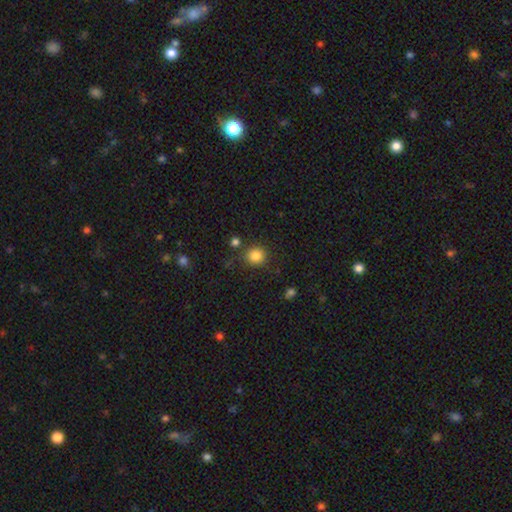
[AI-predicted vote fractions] The model was most divided on "smooth or featured": smooth: 84%, star or artifact: 11%, featured or disk: 5%. More confident: how rounded — round (89%); merging — none (83%).